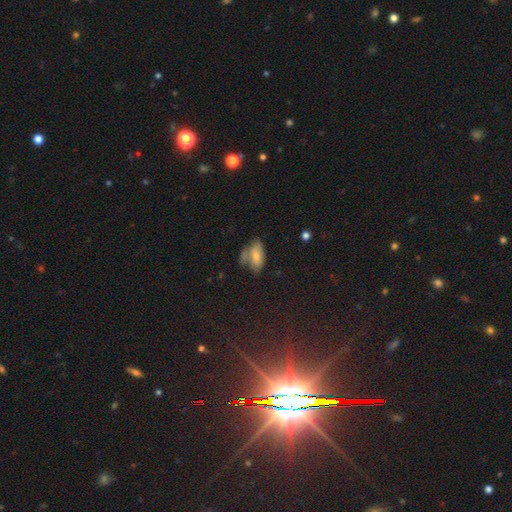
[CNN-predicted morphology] smooth_or_featured: smooth (p=0.69) [alt: featured or disk p=0.19]
how_rounded: in between (p=0.89) [alt: round p=0.06]
merging: none (p=0.40) [alt: minor disturbance p=0.29]